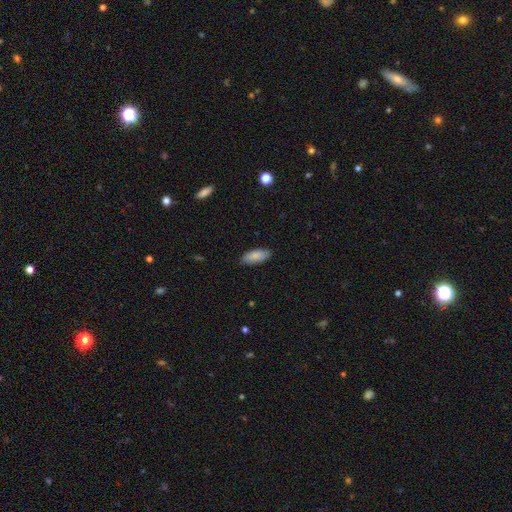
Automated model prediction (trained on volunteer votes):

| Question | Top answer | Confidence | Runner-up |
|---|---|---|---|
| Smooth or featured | smooth | 86% | featured or disk (8%) |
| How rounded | in between | 83% | cigar-shaped (16%) |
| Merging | none | 86% | minor disturbance (11%) |